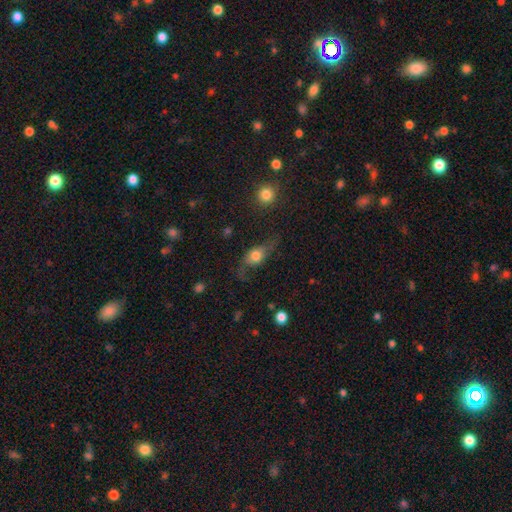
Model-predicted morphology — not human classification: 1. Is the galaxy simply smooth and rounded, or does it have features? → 55% smooth, 35% featured or disk, 10% star or artifact.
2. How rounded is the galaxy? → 64% in between, 26% round, 10% cigar-shaped.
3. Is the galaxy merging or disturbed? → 51% none, 25% minor disturbance, 21% major disturbance, 3% merger.